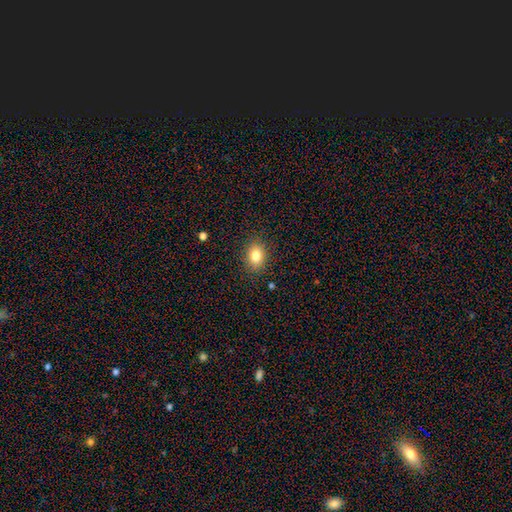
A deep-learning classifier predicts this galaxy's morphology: A smooth galaxy with no disk features (83%) that is in between round and cigar-shaped (67%).

Vote fractions:
- Smooth or featured? smooth: 83% / star or artifact: 10% / featured or disk: 7%
- How rounded? in between: 67% / round: 32% / cigar-shaped: 1%
- Merging? none: 87% / minor disturbance: 9% / major disturbance: 3% / merger: 1%